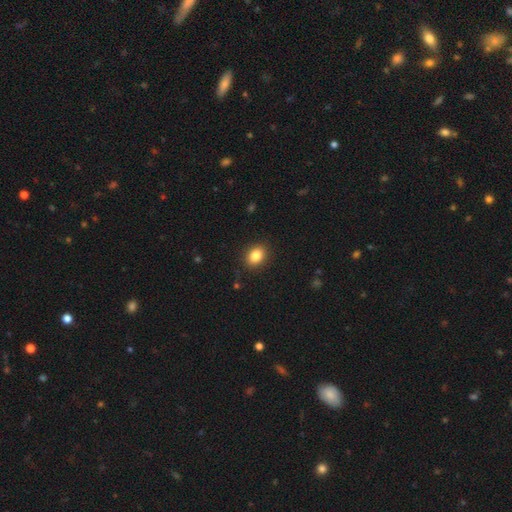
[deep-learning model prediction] This is clearly a smooth galaxy (84%). How rounded: likely in between (62%). Merging: clearly none (88%).